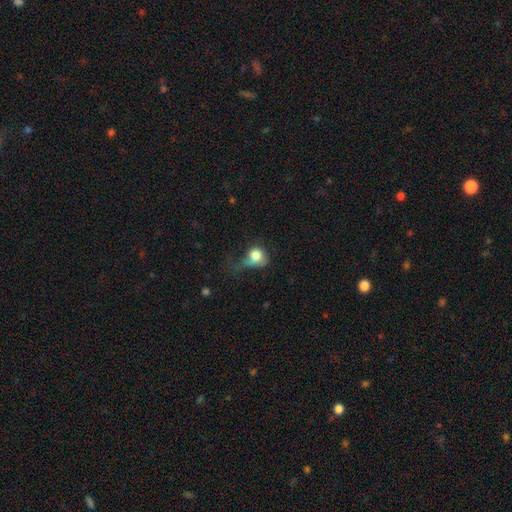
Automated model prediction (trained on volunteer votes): Overall: smooth (77%). How rounded: round (70%). Merging: major disturbance (46%; minor disturbance 27%).